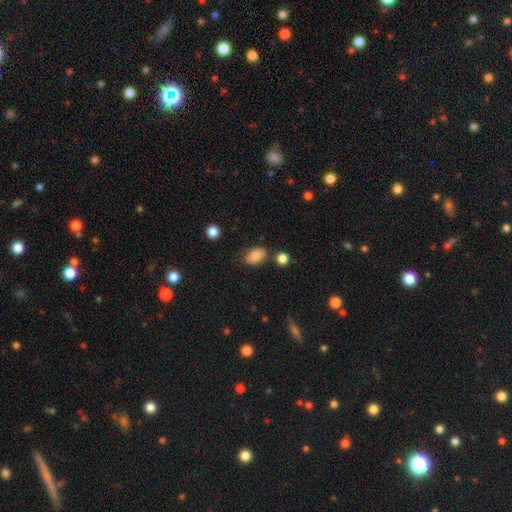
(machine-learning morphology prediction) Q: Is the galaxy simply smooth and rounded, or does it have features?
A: smooth — 86%.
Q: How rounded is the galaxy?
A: in between — 86%.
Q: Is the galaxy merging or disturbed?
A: none — 71%.